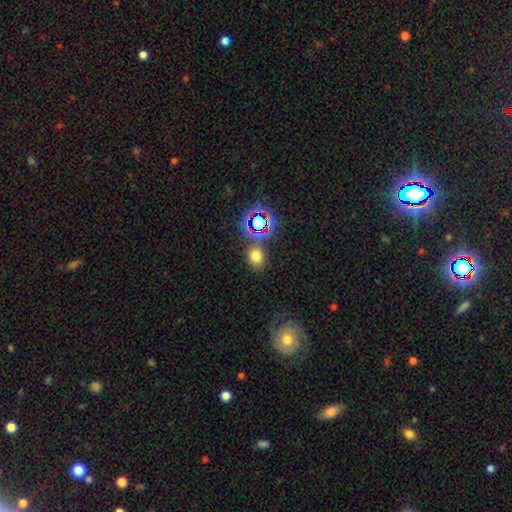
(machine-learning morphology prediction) smooth 69%, star or artifact 24%, featured or disk 8%. Down the decision tree: how rounded — round (56%); merging — none (76%).